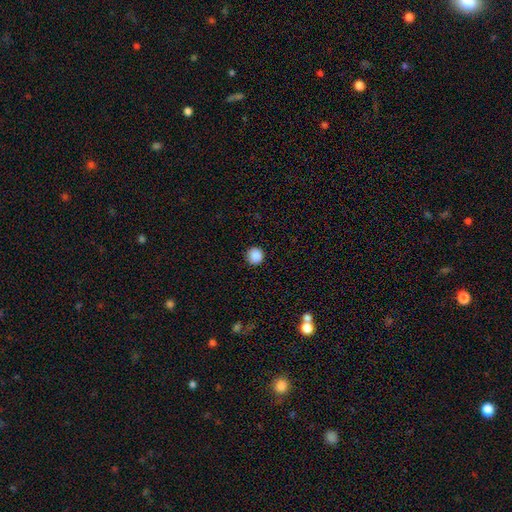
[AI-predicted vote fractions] The model was most divided on "smooth or featured": smooth: 88%, star or artifact: 9%, featured or disk: 3%. More confident: how rounded — round (96%); merging — none (91%).